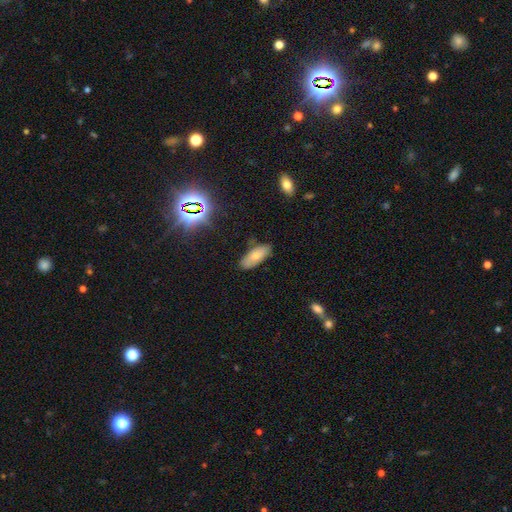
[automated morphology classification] Smooth or featured?
  - smooth: 69% *
  - featured or disk: 21%
  - star or artifact: 10%
How rounded?
  - in between: 80% *
  - cigar-shaped: 17%
  - round: 3%
Merging?
  - none: 78% *
  - minor disturbance: 17%
  - major disturbance: 3%
  - merger: 2%